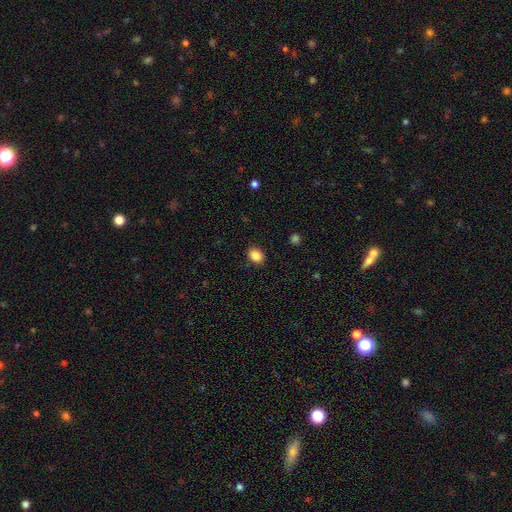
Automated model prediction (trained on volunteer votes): Smooth or featured? Predicted: smooth (p=0.87). How rounded? Predicted: in between (p=0.62). Merging? Predicted: none (p=0.89).